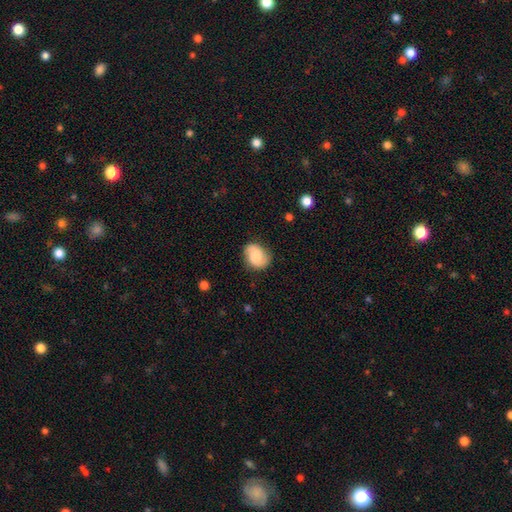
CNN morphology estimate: A smooth galaxy with no disk features (46%). Merging: none (77%).